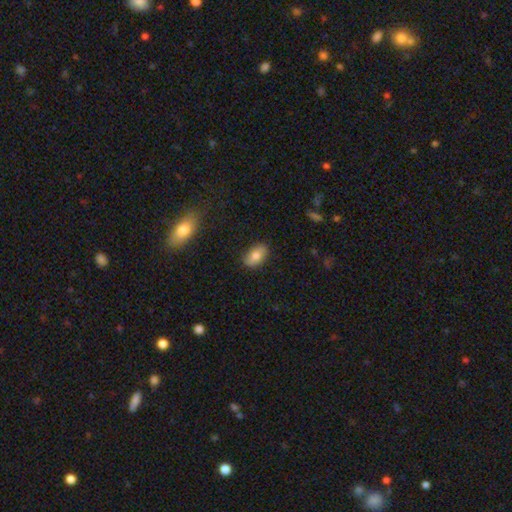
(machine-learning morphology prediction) This is likely a smooth galaxy (79%). How rounded: clearly in between (91%). Merging: clearly none (84%).